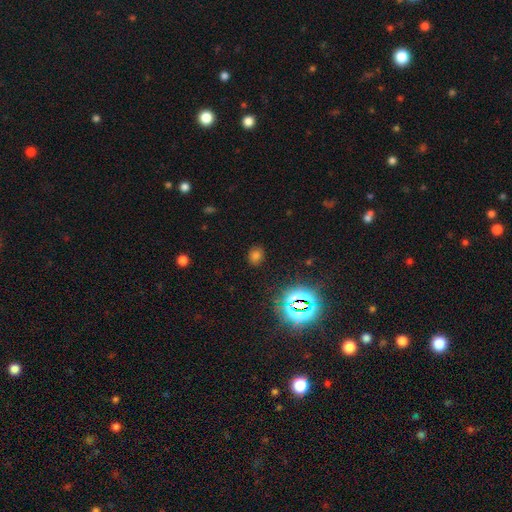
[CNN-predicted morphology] Overall: smooth (59%; star or artifact 35%). How rounded: round (53%; in between 46%). Merging: none (85%).